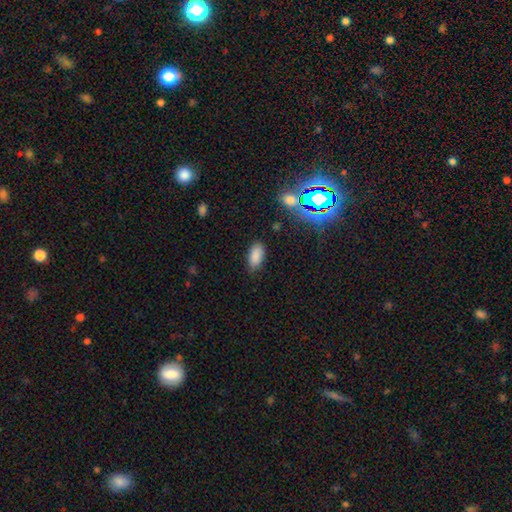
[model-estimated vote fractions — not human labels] smooth 85%, star or artifact 11%, featured or disk 5%. Down the decision tree: how rounded — in between (92%); merging — none (80%).